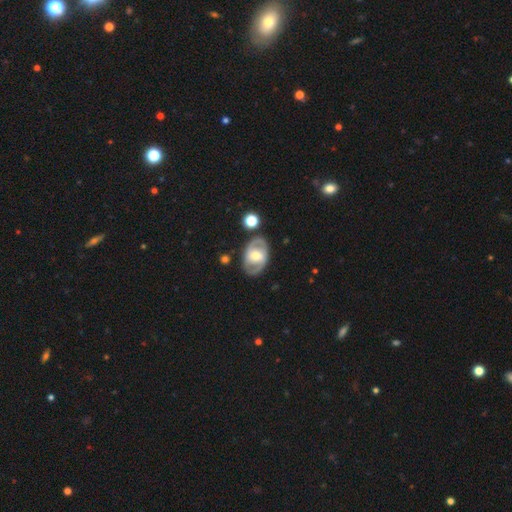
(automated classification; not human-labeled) Smooth or featured? featured or disk (69%)
Edge-on disk? no (94%)
Bar? no (43%)
Spiral arms? yes (68%)
Bulge size? moderate (63%)
Merging? none (78%)